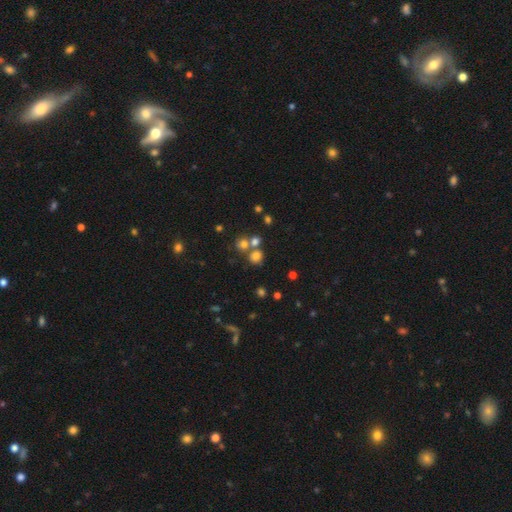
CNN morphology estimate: Smooth or featured?
  - smooth: 70% *
  - star or artifact: 20%
  - featured or disk: 10%
How rounded?
  - round: 81% *
  - in between: 18%
  - cigar-shaped: 1%
Merging?
  - none: 59% *
  - merger: 28%
  - minor disturbance: 9%
  - major disturbance: 4%